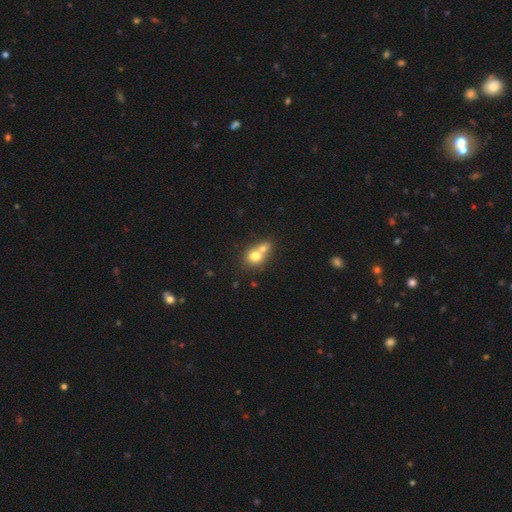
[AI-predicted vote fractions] Q: Smooth or featured?
A: smooth (71%); runner-up: featured or disk (18%)
Q: How rounded?
A: round (66%); runner-up: in between (33%)
Q: Merging?
A: merger (63%); runner-up: none (27%)